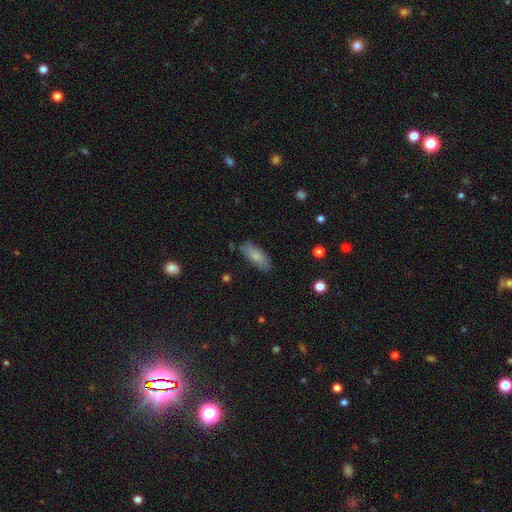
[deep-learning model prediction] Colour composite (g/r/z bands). It shows a smooth galaxy with no disk features (80%) that is in between round and cigar-shaped (76%). Merging: none (79%).